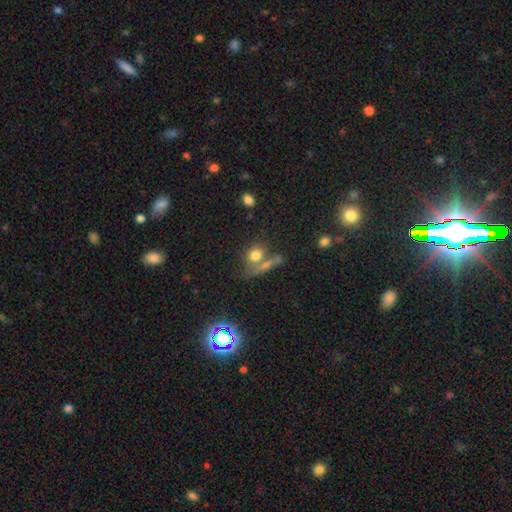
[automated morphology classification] type=smooth (74%); roundness=round (49%); merging=none (49%).